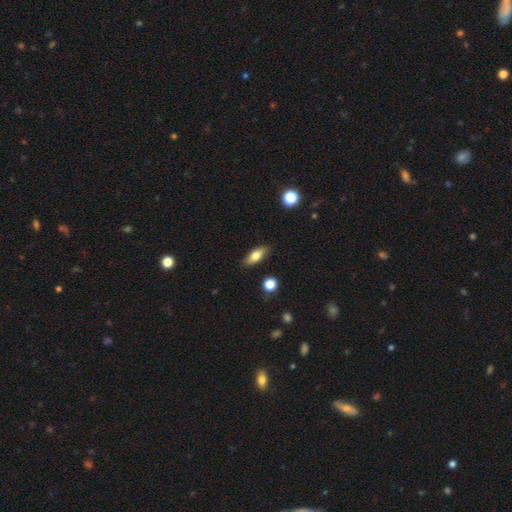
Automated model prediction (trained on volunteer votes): Q: Smooth or featured?
A: smooth (71%); runner-up: featured or disk (22%)
Q: How rounded?
A: in between (70%); runner-up: cigar-shaped (25%)
Q: Merging?
A: none (86%); runner-up: minor disturbance (11%)